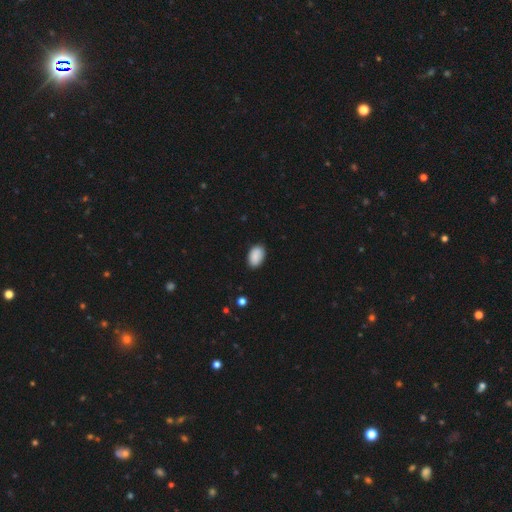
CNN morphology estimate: Smooth or featured? smooth (89%)
How rounded? in between (91%)
Merging? none (86%)